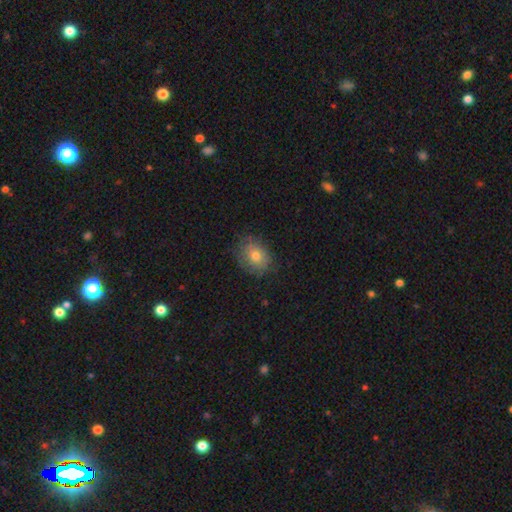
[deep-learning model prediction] Smooth or featured: smooth — 74% (featured or disk — 16%)
How rounded: in between — 50% (round — 49%)
Merging: none — 78% (minor disturbance — 17%)